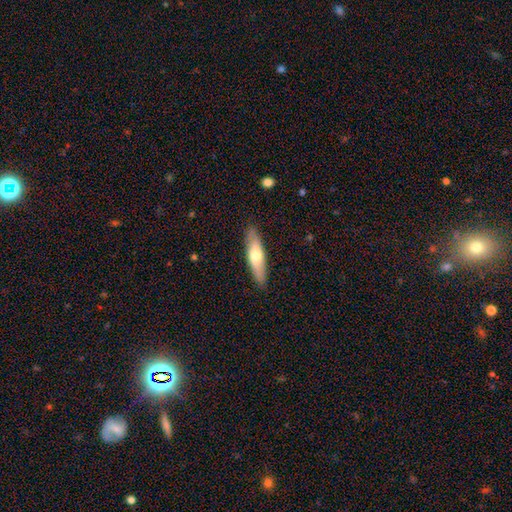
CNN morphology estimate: This appears to be a smooth galaxy with no disk features (60%) that is cigar-shaped (63%). Merging: none (87%).